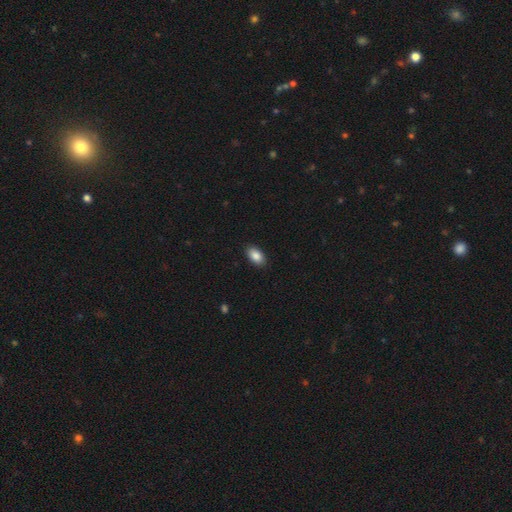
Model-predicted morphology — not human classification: Smooth or featured?
  - smooth: 88% *
  - star or artifact: 7%
  - featured or disk: 5%
How rounded?
  - in between: 93% *
  - round: 6%
  - cigar-shaped: 2%
Merging?
  - none: 89% *
  - minor disturbance: 8%
  - major disturbance: 2%
  - merger: 1%